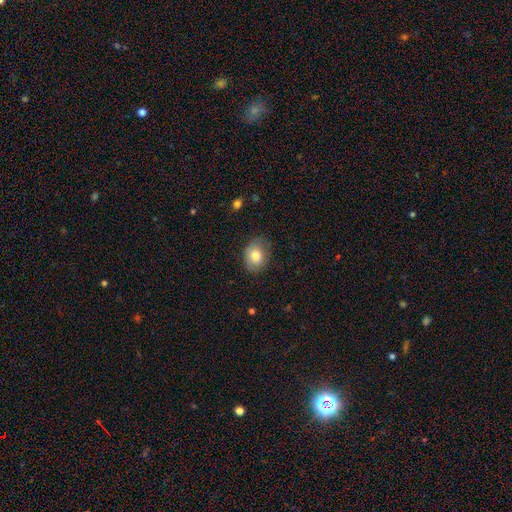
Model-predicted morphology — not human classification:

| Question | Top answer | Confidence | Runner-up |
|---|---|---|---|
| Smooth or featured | smooth | 79% | featured or disk (12%) |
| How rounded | in between | 53% | round (47%) |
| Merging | none | 76% | minor disturbance (19%) |